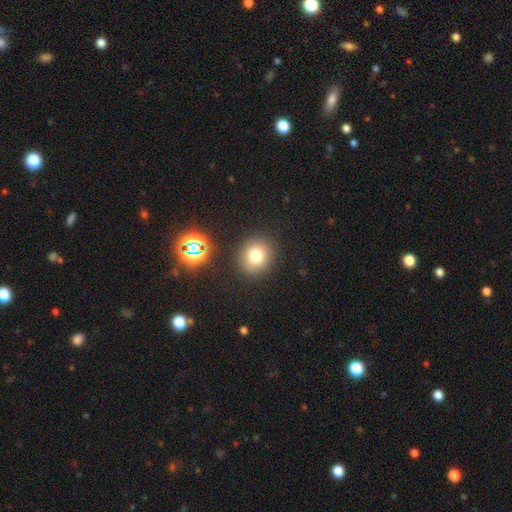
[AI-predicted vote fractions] Smooth or featured?
  - smooth: 76% *
  - star or artifact: 15%
  - featured or disk: 9%
How rounded?
  - round: 82% *
  - in between: 17%
  - cigar-shaped: 1%
Merging?
  - none: 87% *
  - minor disturbance: 8%
  - major disturbance: 3%
  - merger: 3%